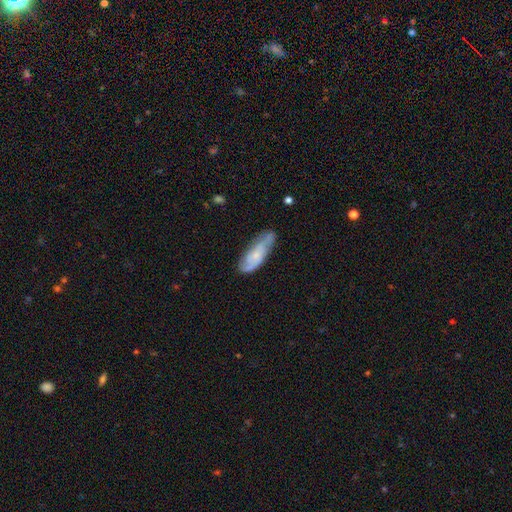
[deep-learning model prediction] smooth-or-featured: featured or disk: 54% | smooth: 39% | star or artifact: 7%
  disk-edge-on: no: 84% | yes: 16%
  merging: none: 65% | minor disturbance: 26% | major disturbance: 7% | merger: 2%